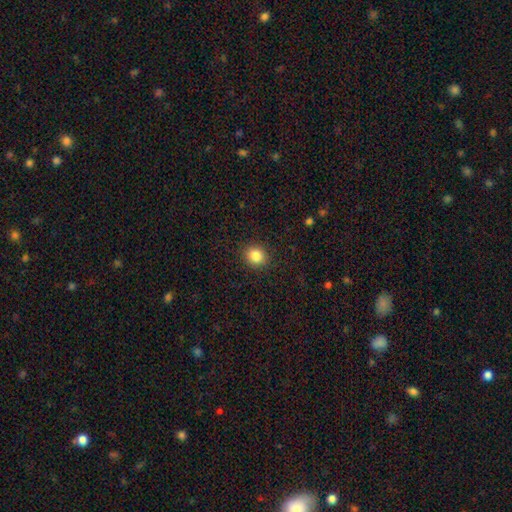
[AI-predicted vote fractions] Smooth or featured?
  - smooth: 85% *
  - star or artifact: 10%
  - featured or disk: 5%
How rounded?
  - round: 81% *
  - in between: 18%
  - cigar-shaped: 1%
Merging?
  - none: 90% *
  - minor disturbance: 7%
  - major disturbance: 2%
  - merger: 1%